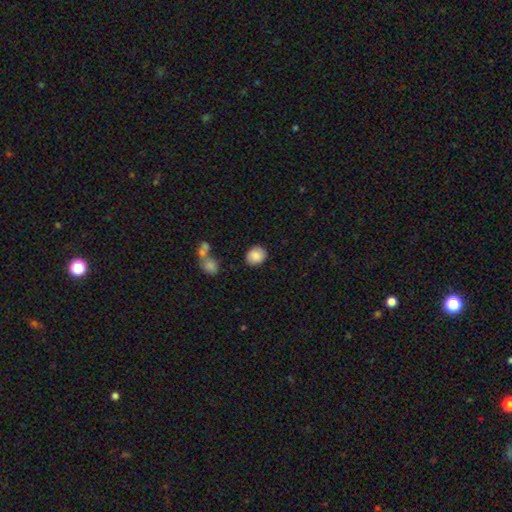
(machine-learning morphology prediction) smooth-or-featured: smooth: 86% | star or artifact: 8% | featured or disk: 6%
  how-rounded: round: 66% | in between: 33% | cigar-shaped: 1%
  merging: none: 83% | minor disturbance: 11% | major disturbance: 3% | merger: 3%